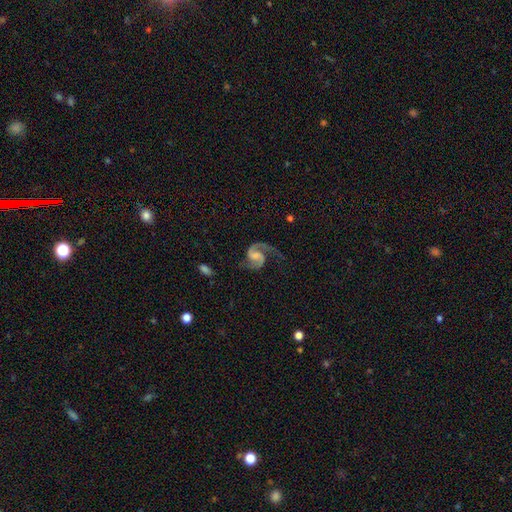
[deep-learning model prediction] Overall: featured or disk (90%). Edge-on disk: no (98%). Bar: weak (46%; no 40%). Spiral arms: yes (98%). Spiral arm count: 2 (86%). Spiral winding: medium (52%; loose 36%). Bulge size: none (39%; small 25%). Merging: none (62%).